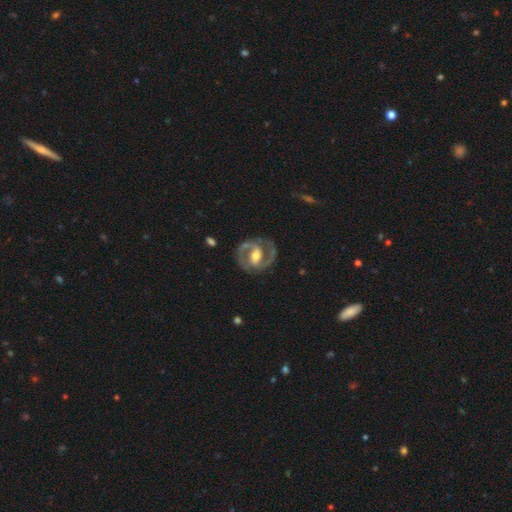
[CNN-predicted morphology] Smooth or featured? Predicted: featured or disk (p=0.90). Edge-on disk? Predicted: no (p=0.98). Bar? Predicted: strong (p=0.44). Spiral arms? Predicted: yes (p=0.95). Spiral winding? Predicted: medium (p=0.58). Spiral arm count? Predicted: 2 (p=0.92). Bulge size? Predicted: moderate (p=0.65). Merging? Predicted: none (p=0.82).